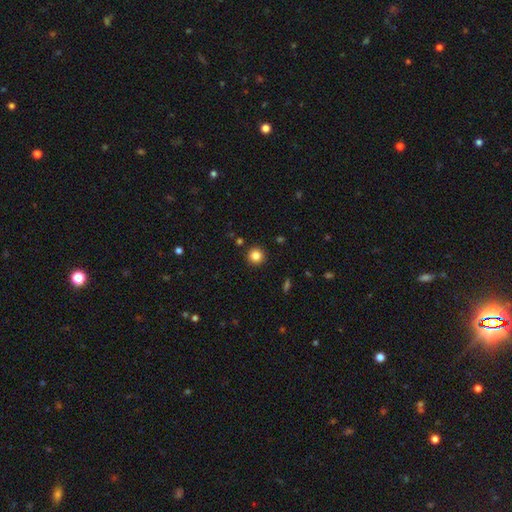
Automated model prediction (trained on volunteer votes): This appears to be a smooth galaxy with no disk features (84%) that is round (95%). Merging: none (92%).